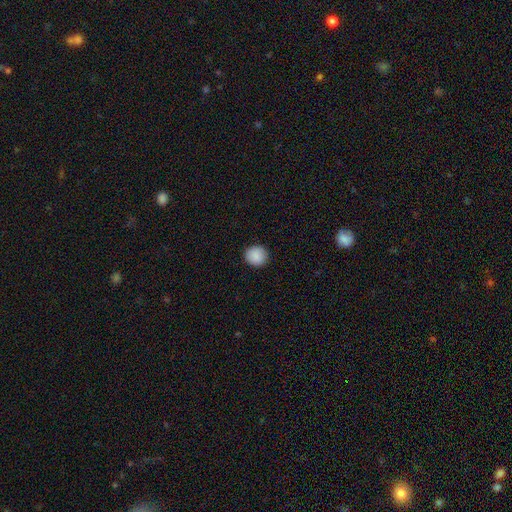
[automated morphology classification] This appears to be a smooth galaxy with no disk features (89%) that is round (88%). Merging: none (91%).